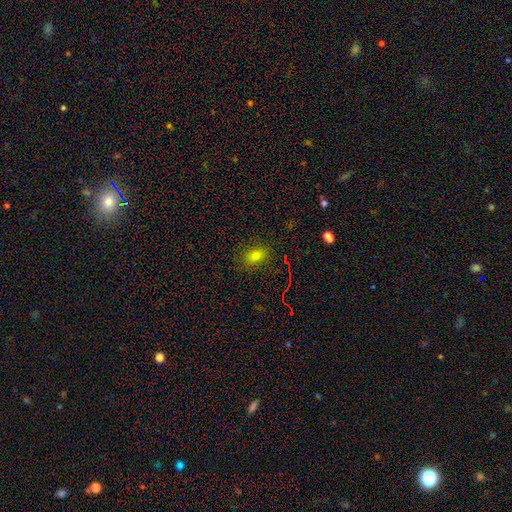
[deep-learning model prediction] smooth 73%, star or artifact 18%, featured or disk 9%. Down the decision tree: how rounded — in between (74%); merging — none (84%).